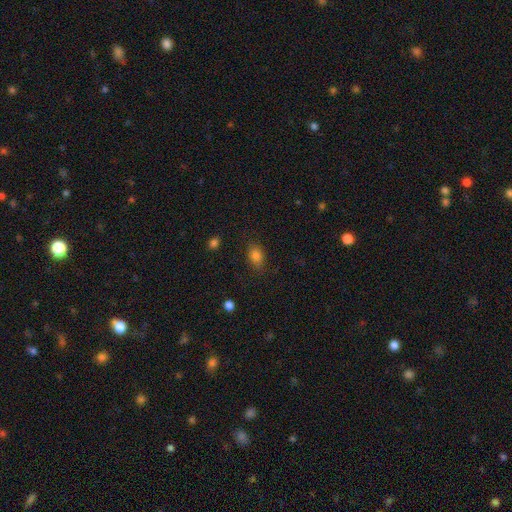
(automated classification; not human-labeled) Q: Smooth or featured?
A: smooth (82%); runner-up: star or artifact (11%)
Q: How rounded?
A: in between (74%); runner-up: round (24%)
Q: Merging?
A: none (78%); runner-up: minor disturbance (16%)